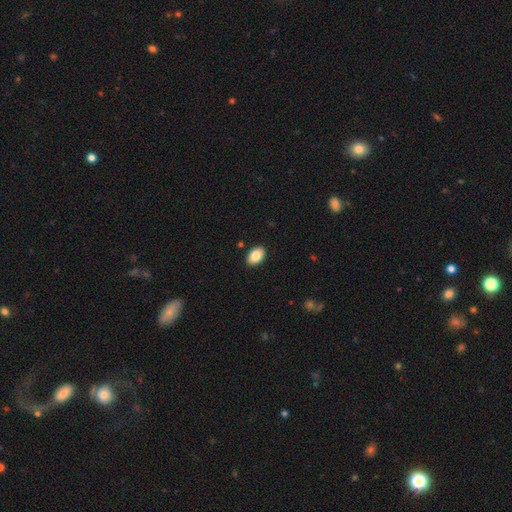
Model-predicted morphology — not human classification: This appears to be a smooth galaxy with no disk features (85%) that is in between round and cigar-shaped (90%). Merging: none (90%).